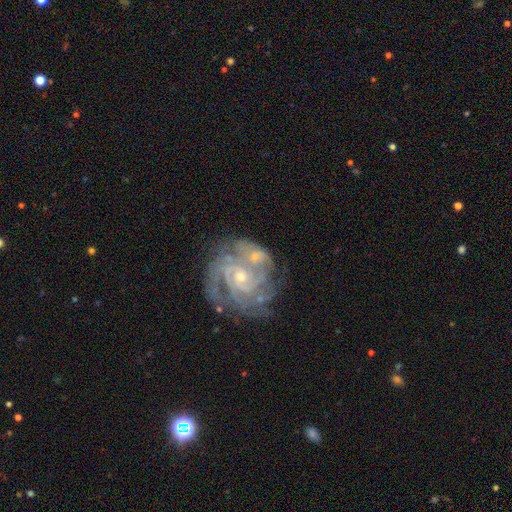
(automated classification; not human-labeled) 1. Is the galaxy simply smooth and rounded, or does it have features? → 86% featured or disk, 8% smooth, 6% star or artifact.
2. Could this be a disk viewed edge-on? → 98% no, 2% yes.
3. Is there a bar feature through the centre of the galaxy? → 70% no, 23% weak, 6% strong.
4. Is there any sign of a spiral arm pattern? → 95% yes, 5% no.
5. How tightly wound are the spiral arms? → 65% tight, 29% medium, 6% loose.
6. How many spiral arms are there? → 29% 3, 23% 2, 23% can't tell, 13% 4, 6% more than 4, 6% 1.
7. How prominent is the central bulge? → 58% small, 37% moderate, 2% none, 2% large, 1% dominant.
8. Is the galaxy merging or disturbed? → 37% none, 35% merger, 16% minor disturbance, 11% major disturbance.